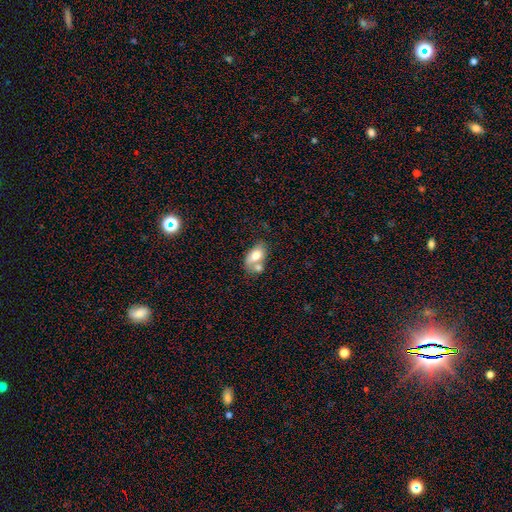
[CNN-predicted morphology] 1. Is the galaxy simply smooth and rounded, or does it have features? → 71% smooth, 22% featured or disk, 7% star or artifact.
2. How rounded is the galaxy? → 88% in between, 10% round, 3% cigar-shaped.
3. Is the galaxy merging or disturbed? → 45% merger, 32% none, 15% minor disturbance, 8% major disturbance.